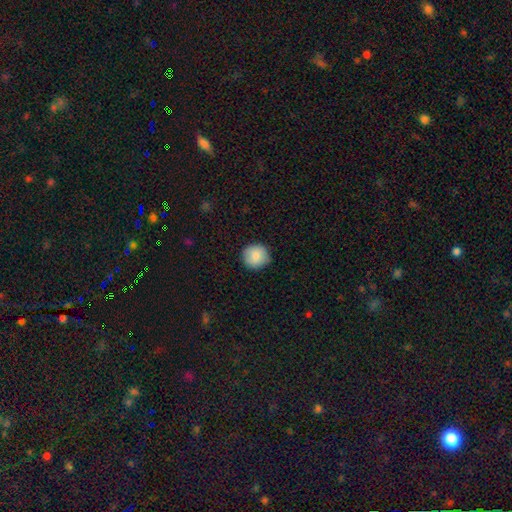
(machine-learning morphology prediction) smooth-or-featured: smooth: 86% | star or artifact: 7% | featured or disk: 7%
  how-rounded: round: 93% | in between: 6% | cigar-shaped: 1%
  merging: none: 87% | minor disturbance: 10% | major disturbance: 2% | merger: 1%